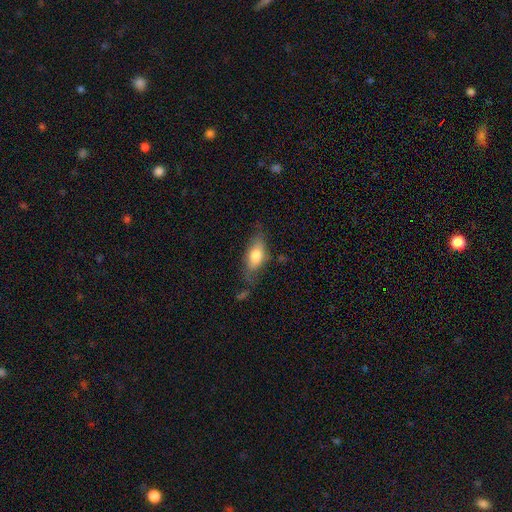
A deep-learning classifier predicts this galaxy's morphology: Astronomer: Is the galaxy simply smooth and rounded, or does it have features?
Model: smooth — 71%.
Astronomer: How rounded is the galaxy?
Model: in between — 82%.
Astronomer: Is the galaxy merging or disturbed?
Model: none — 60%.